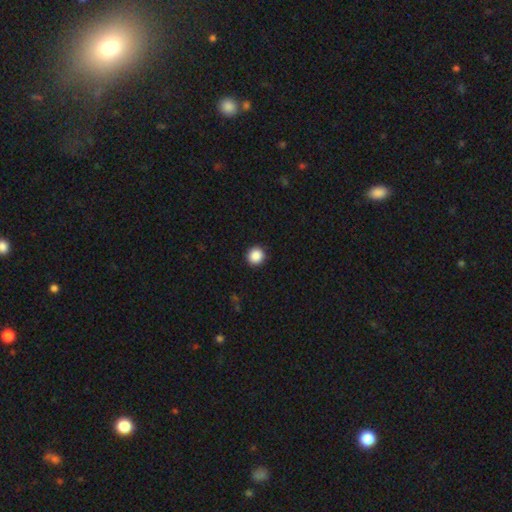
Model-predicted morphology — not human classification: The model was most divided on "smooth or featured": smooth: 88%, star or artifact: 9%, featured or disk: 3%. More confident: how rounded — round (94%); merging — none (92%).